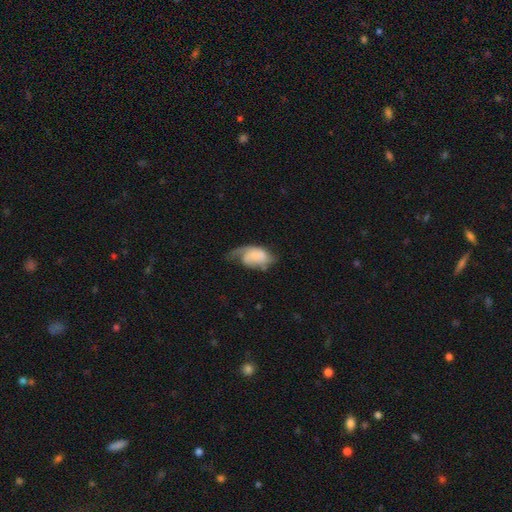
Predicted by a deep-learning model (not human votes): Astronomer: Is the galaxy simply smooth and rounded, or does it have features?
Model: featured or disk — 50% (runner-up: smooth, 43%).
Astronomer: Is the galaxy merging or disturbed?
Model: major disturbance — 37% (runner-up: minor disturbance, 31%).